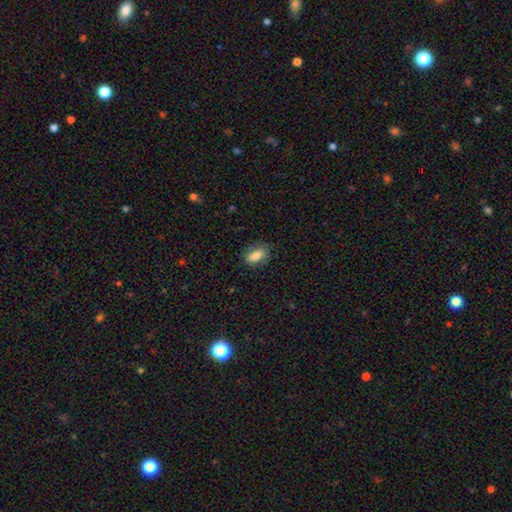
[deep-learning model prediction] smooth_or_featured: smooth (p=0.78) [alt: featured or disk p=0.13]
how_rounded: in between (p=0.85) [alt: round p=0.08]
merging: none (p=0.76) [alt: minor disturbance p=0.18]